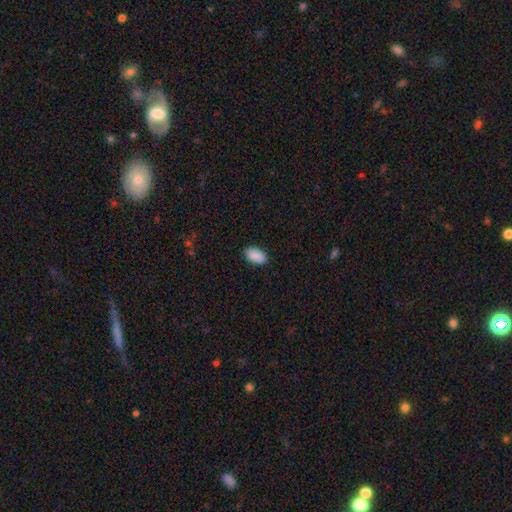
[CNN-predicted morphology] A smooth galaxy with no disk features (89%) that is in between round and cigar-shaped (94%). Merging: none (86%).